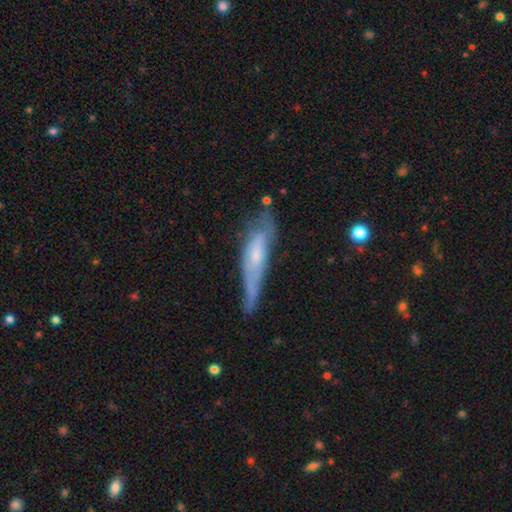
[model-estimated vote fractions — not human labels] Q: Smooth or featured?
A: featured or disk (50%); runner-up: smooth (43%)
Q: Merging?
A: none (47%); runner-up: minor disturbance (34%)